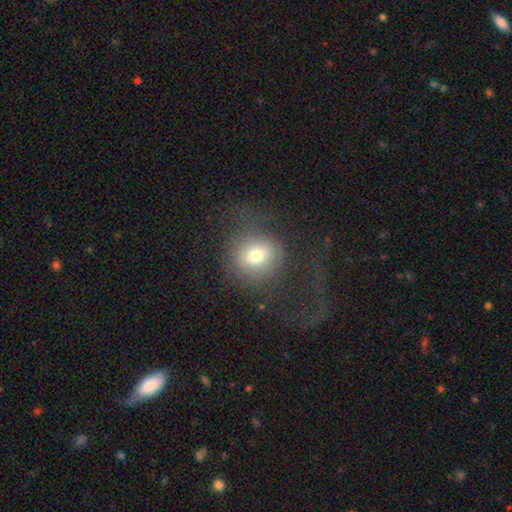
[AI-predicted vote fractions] Morphology: type=smooth (68%); roundness=round (84%); merging=none (50%).